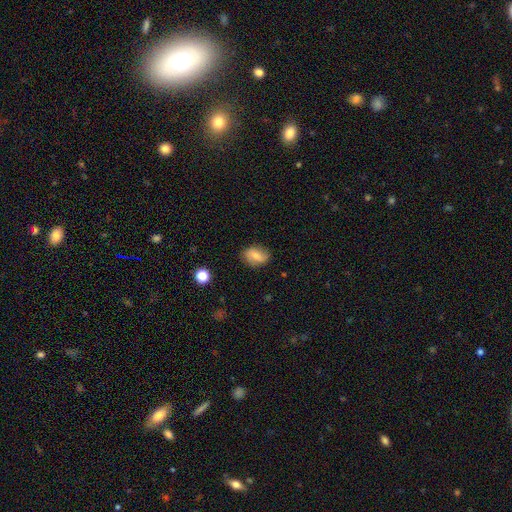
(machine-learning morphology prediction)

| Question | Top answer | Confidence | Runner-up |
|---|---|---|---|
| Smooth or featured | smooth | 62% | featured or disk (29%) |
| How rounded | in between | 72% | round (25%) |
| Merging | none | 79% | minor disturbance (16%) |